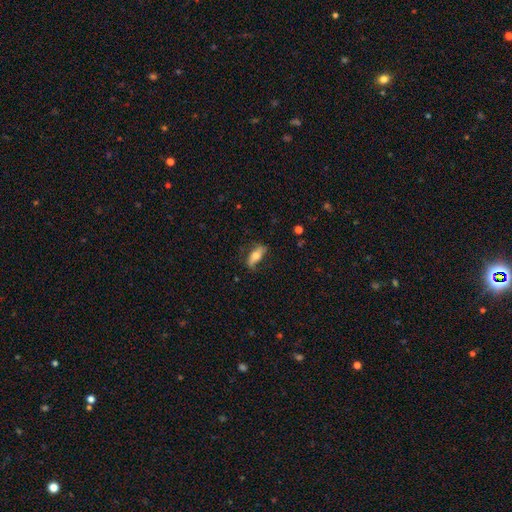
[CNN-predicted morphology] The model was most divided on "smooth or featured": smooth: 59%, featured or disk: 35%, star or artifact: 7%. More confident: merging — none (67%); how rounded — in between (63%).